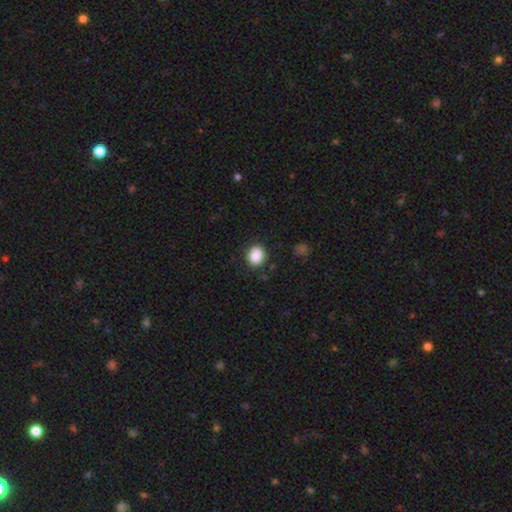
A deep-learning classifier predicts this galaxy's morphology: A smooth galaxy with no disk features (88%) that is round (68%).

Vote fractions:
- Smooth or featured? smooth: 88% / star or artifact: 9% / featured or disk: 3%
- How rounded? round: 68% / in between: 31% / cigar-shaped: 1%
- Merging? none: 84% / minor disturbance: 11% / major disturbance: 3% / merger: 2%